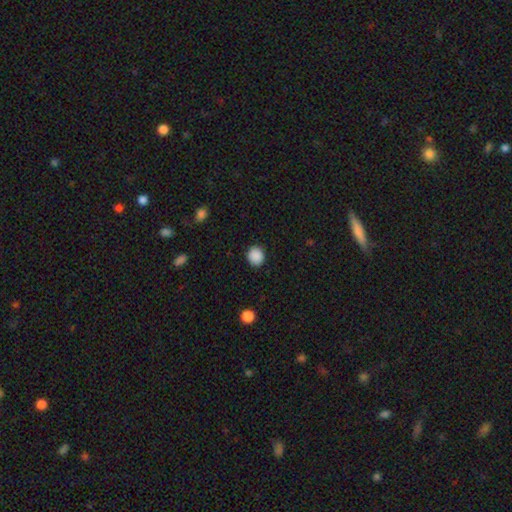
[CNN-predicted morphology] This appears to be a smooth galaxy with no disk features (89%) that is round (76%). Merging: none (89%).